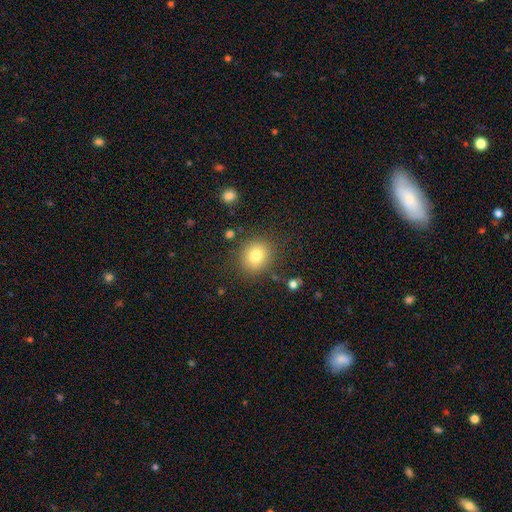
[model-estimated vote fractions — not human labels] Q: Smooth or featured?
A: smooth (80%); runner-up: star or artifact (11%)
Q: How rounded?
A: round (76%); runner-up: in between (23%)
Q: Merging?
A: none (83%); runner-up: minor disturbance (10%)